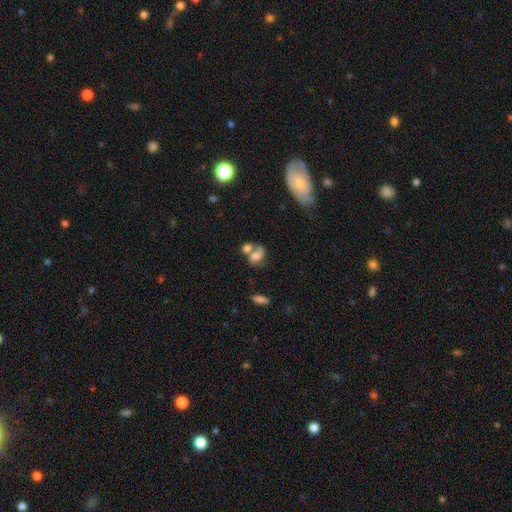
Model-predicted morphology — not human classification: smooth-or-featured: smooth: 49% | featured or disk: 39% | star or artifact: 12%
  merging: merger: 57% | none: 22% | major disturbance: 11% | minor disturbance: 10%